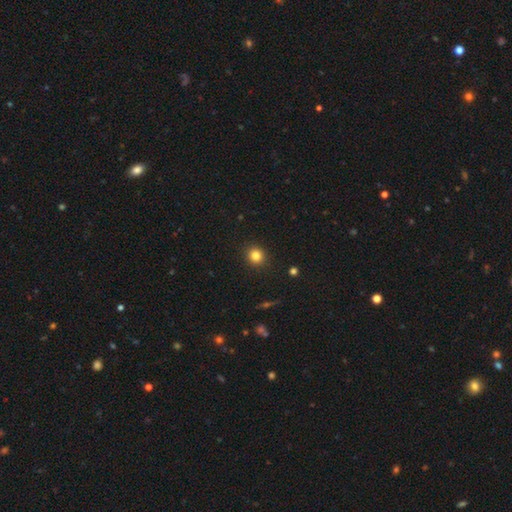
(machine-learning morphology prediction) type=smooth (82%); roundness=round (87%); merging=none (91%).